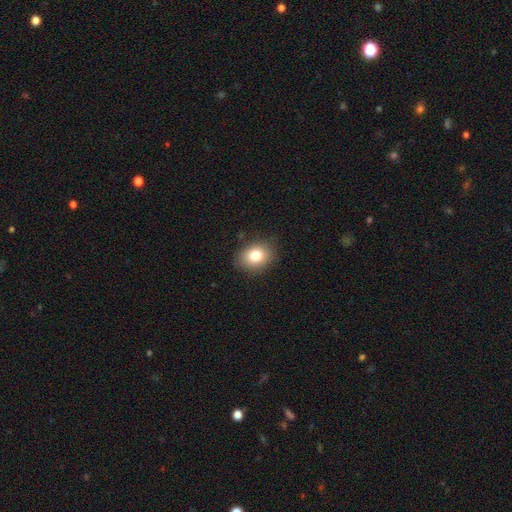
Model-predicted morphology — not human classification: smooth_or_featured: smooth (p=0.80) [alt: star or artifact p=0.10]
how_rounded: in between (p=0.58) [alt: round p=0.41]
merging: none (p=0.85) [alt: minor disturbance p=0.11]